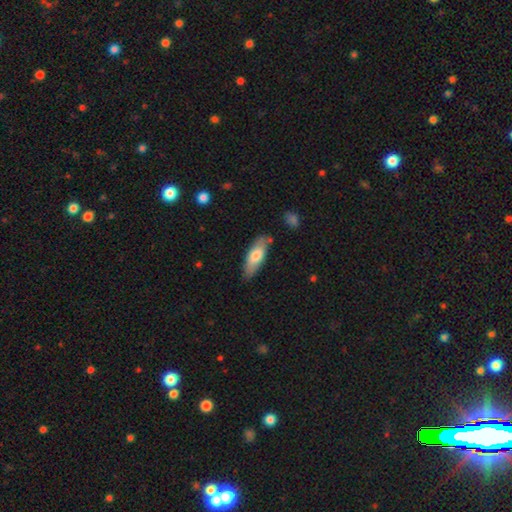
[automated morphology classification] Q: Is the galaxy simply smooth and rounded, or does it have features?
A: smooth — 70%.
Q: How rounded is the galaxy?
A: in between — 63%.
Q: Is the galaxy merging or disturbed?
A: none — 78%.